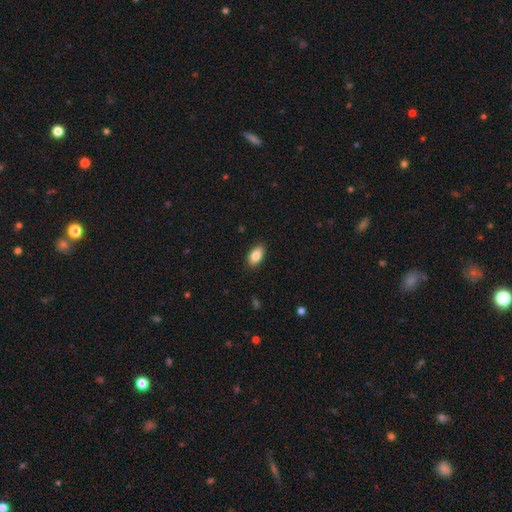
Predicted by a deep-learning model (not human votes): The model was most divided on "smooth or featured": smooth: 85%, featured or disk: 8%, star or artifact: 7%. More confident: how rounded — in between (92%); merging — none (88%).